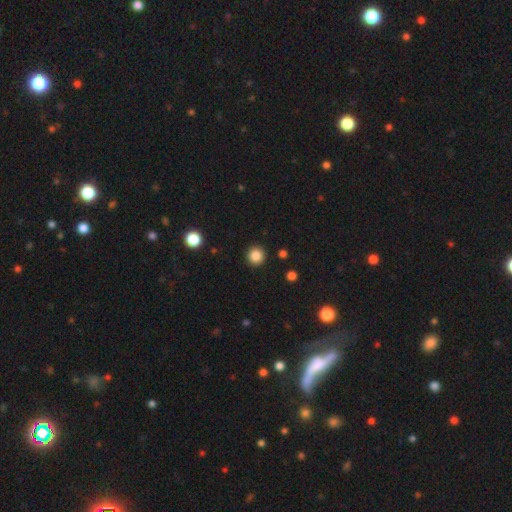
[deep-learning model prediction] The model was most divided on "smooth or featured": smooth: 86%, star or artifact: 11%, featured or disk: 3%. More confident: how rounded — round (95%); merging — none (92%).